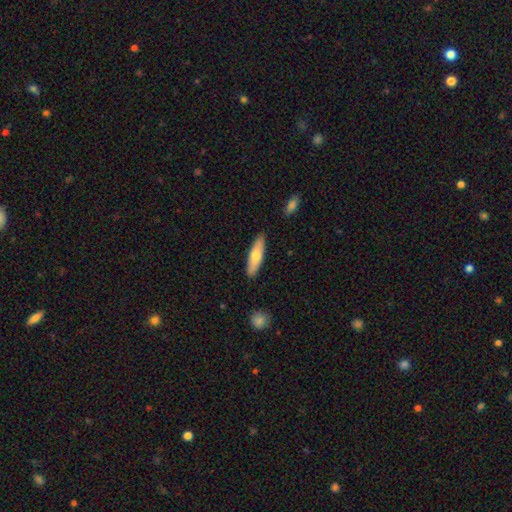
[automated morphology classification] Smooth or featured: smooth — 66% (featured or disk — 28%)
How rounded: cigar-shaped — 67% (in between — 31%)
Merging: none — 89% (minor disturbance — 8%)